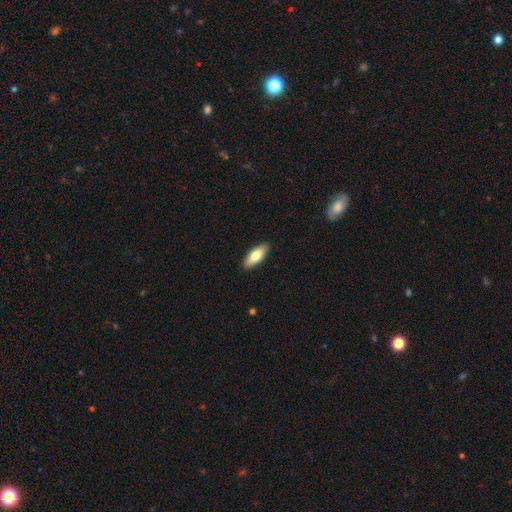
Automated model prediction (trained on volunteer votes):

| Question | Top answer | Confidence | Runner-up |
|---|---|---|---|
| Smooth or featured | smooth | 78% | featured or disk (17%) |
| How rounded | in between | 73% | cigar-shaped (25%) |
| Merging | none | 90% | minor disturbance (8%) |